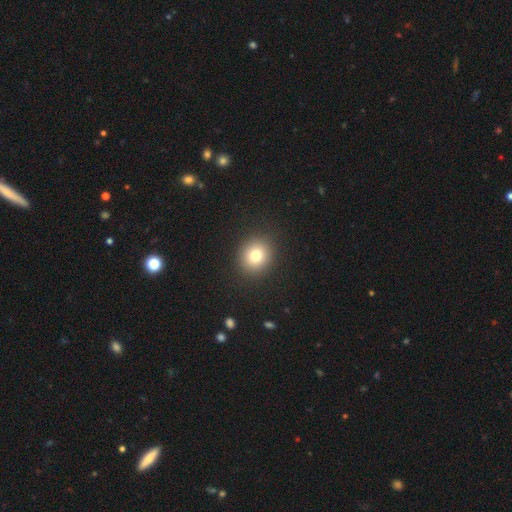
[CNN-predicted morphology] Overall: smooth (78%). How rounded: round (82%). Merging: none (91%).